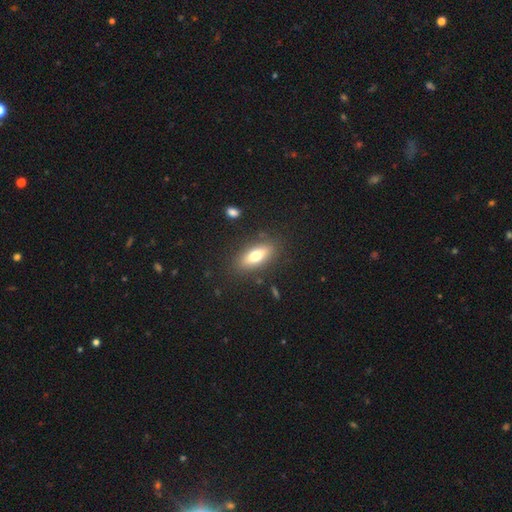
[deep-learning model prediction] Morphology: type=smooth (67%); roundness=in between (75%); merging=none (85%).